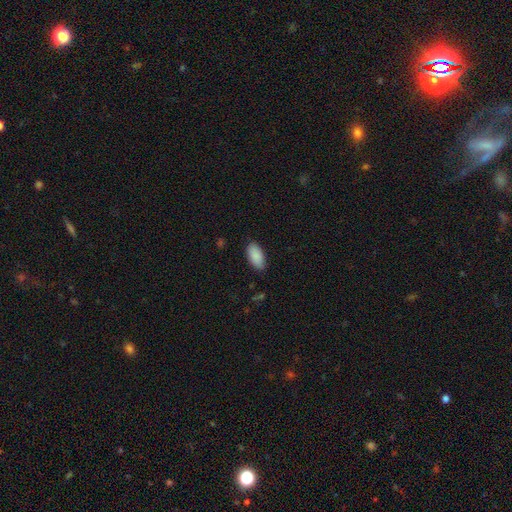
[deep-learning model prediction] Smooth or featured: smooth — 89% (star or artifact — 6%)
How rounded: in between — 93% (cigar-shaped — 5%)
Merging: none — 85% (minor disturbance — 11%)